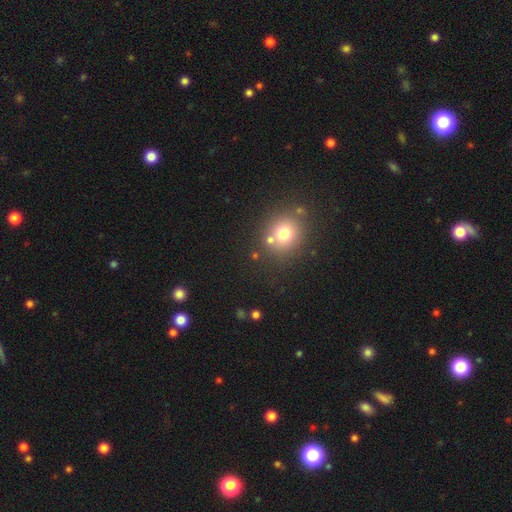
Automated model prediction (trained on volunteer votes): This appears to be a smooth galaxy with no disk features (67%) that is round (81%). Merging: none (74%).